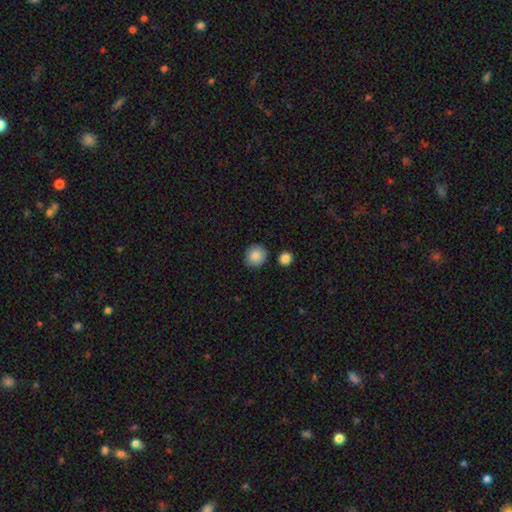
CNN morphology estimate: smooth 86%, star or artifact 8%, featured or disk 6%. Down the decision tree: how rounded — round (86%); merging — none (87%).